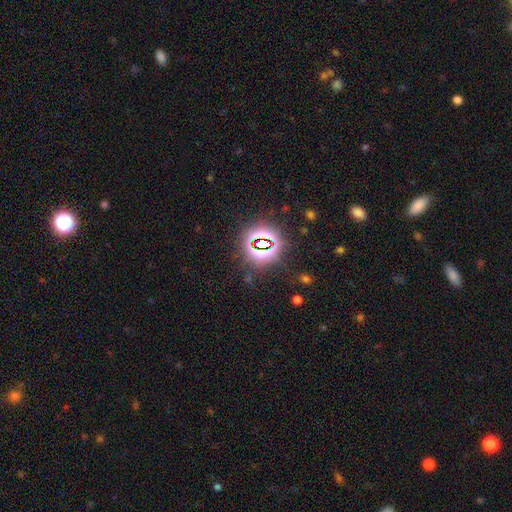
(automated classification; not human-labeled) smooth_or_featured: star or artifact (p=0.79) [alt: smooth p=0.13]